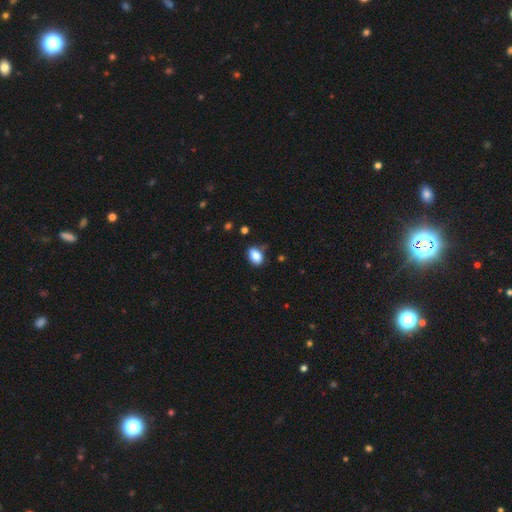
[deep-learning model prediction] smooth 86%, star or artifact 8%, featured or disk 6%. Down the decision tree: how rounded — in between (88%); merging — none (75%).